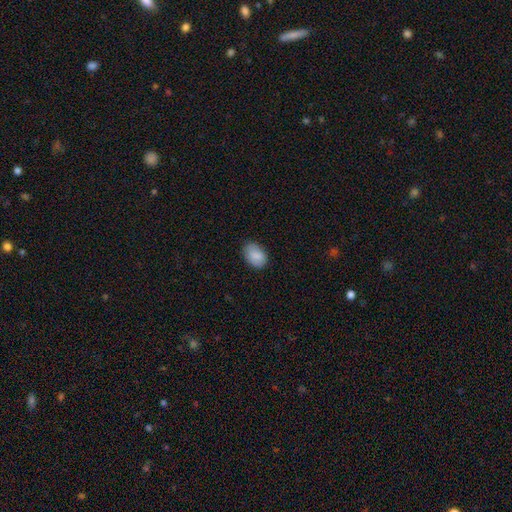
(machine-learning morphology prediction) A smooth galaxy with no disk features (88%) that is in between round and cigar-shaped (85%). Merging: none (80%).